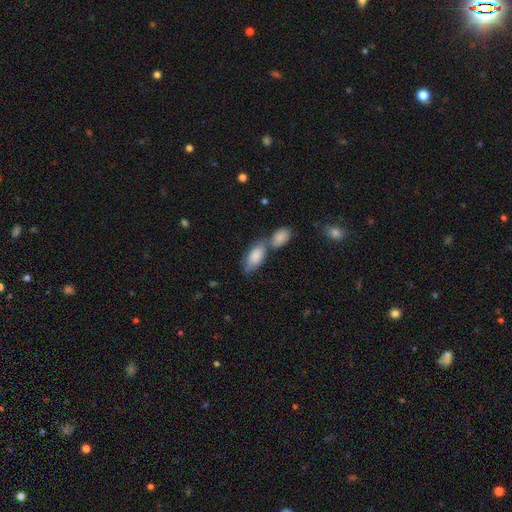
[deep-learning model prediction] The model was most divided on "merging": merger: 48%, none: 34%, minor disturbance: 13%, major disturbance: 5%. More confident: how rounded — in between (89%); smooth or featured — smooth (81%).